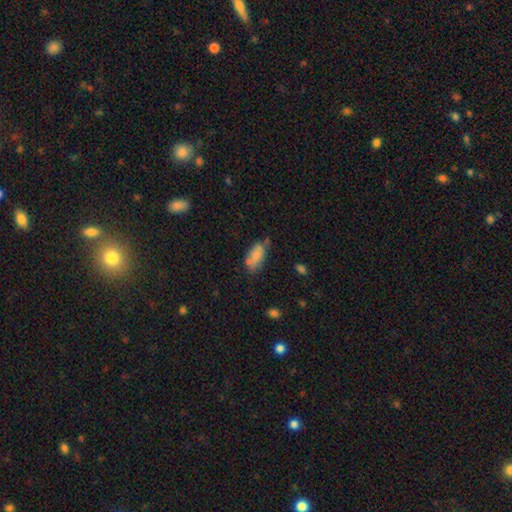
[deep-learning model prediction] smooth-or-featured: smooth: 76% | featured or disk: 15% | star or artifact: 9%
  how-rounded: in between: 90% | cigar-shaped: 7% | round: 3%
  merging: none: 48% | minor disturbance: 29% | merger: 13% | major disturbance: 10%